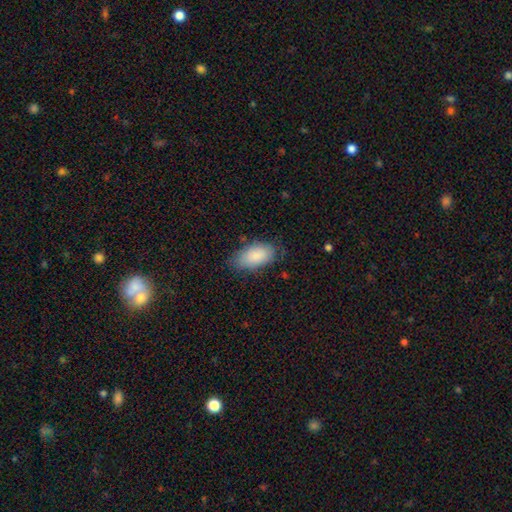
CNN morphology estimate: A smooth galaxy with no disk features (87%) that is in between round and cigar-shaped (94%).

Vote fractions:
- Smooth or featured? smooth: 87% / featured or disk: 7% / star or artifact: 6%
- How rounded? in between: 94% / round: 3% / cigar-shaped: 3%
- Merging? none: 74% / minor disturbance: 20% / major disturbance: 5% / merger: 1%